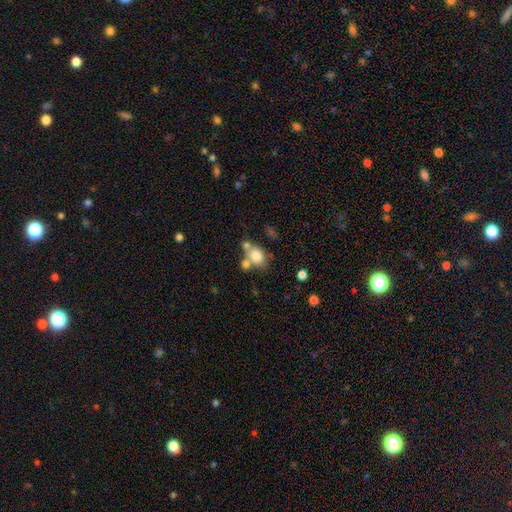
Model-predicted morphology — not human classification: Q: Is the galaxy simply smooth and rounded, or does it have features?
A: smooth — 77%.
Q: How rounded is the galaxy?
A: in between — 60%.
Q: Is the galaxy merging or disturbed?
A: none — 44%.